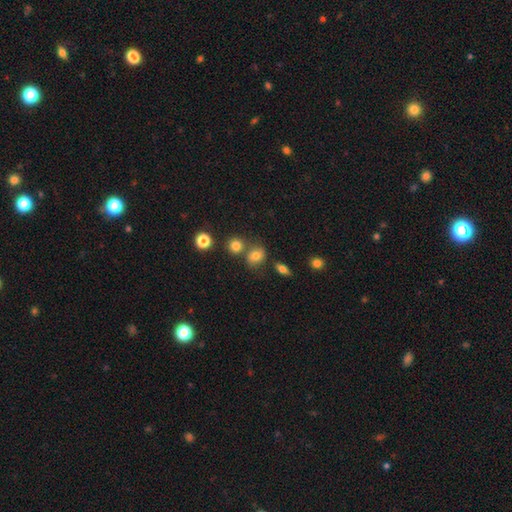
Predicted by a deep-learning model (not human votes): Smooth or featured: smooth — 75% (star or artifact — 13%)
How rounded: round — 58% (in between — 40%)
Merging: none — 65% (merger — 18%)